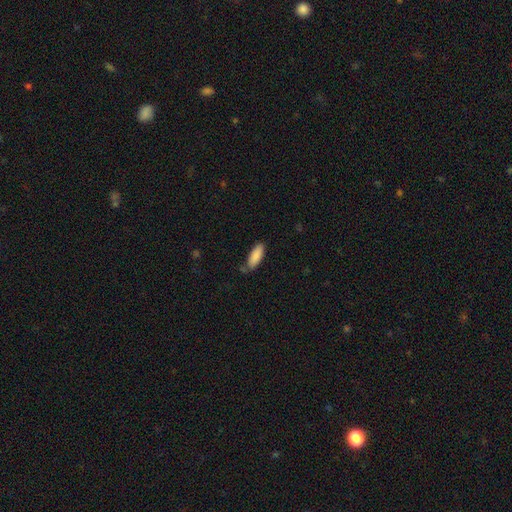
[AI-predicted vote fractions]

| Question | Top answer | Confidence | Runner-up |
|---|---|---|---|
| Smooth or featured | smooth | 89% | star or artifact (6%) |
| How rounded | in between | 67% | cigar-shaped (32%) |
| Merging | none | 71% | minor disturbance (20%) |